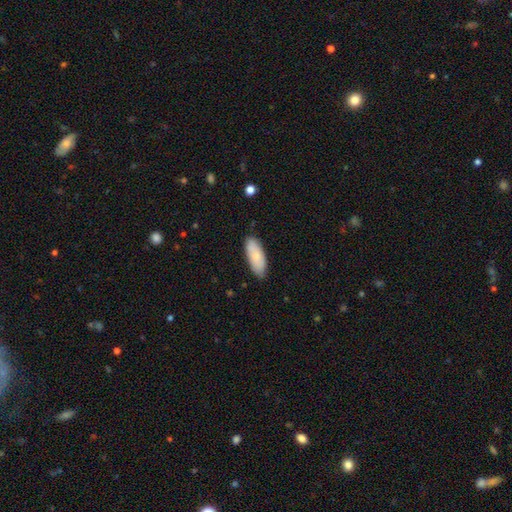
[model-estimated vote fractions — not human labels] Smooth or featured?
  - smooth: 81% *
  - featured or disk: 13%
  - star or artifact: 6%
How rounded?
  - in between: 78% *
  - cigar-shaped: 21%
  - round: 2%
Merging?
  - none: 83% *
  - minor disturbance: 13%
  - major disturbance: 2%
  - merger: 1%